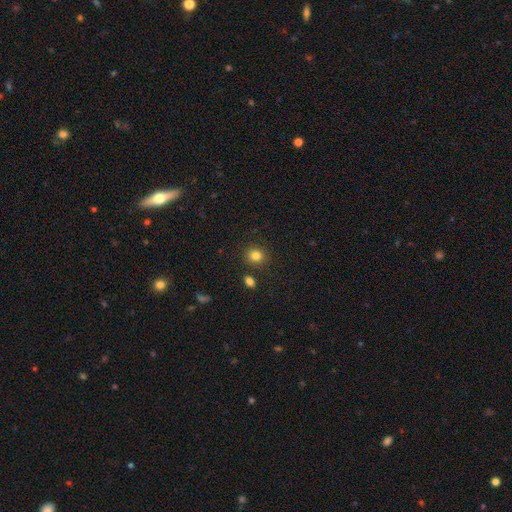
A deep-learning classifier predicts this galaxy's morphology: The model was most divided on "how rounded": round: 82%, in between: 17%, cigar-shaped: 1%. More confident: merging — none (85%); smooth or featured — smooth (83%).